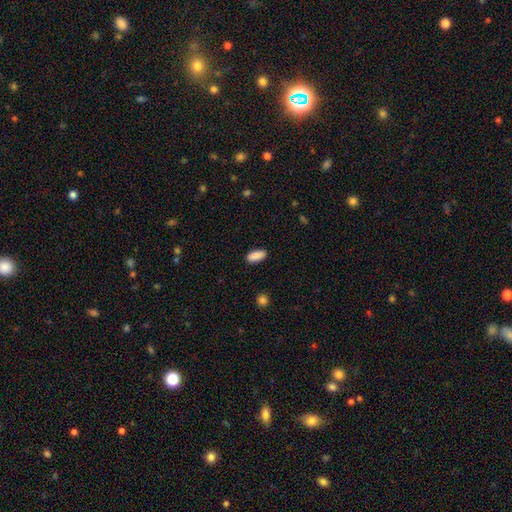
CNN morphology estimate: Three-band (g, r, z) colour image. It shows a smooth galaxy with no disk features (88%) that is in between round and cigar-shaped (83%). Merging: none (87%).